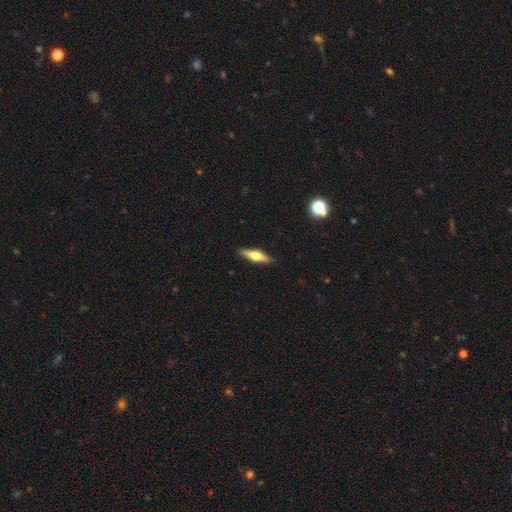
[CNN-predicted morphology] smooth-or-featured: featured or disk: 48% | smooth: 46% | star or artifact: 6%
  merging: none: 90% | minor disturbance: 7% | major disturbance: 2% | merger: 1%